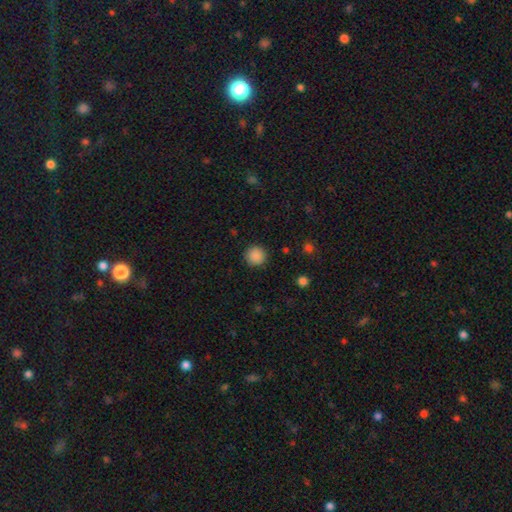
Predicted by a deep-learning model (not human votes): Smooth or featured? Predicted: smooth (p=0.88). How rounded? Predicted: round (p=0.94). Merging? Predicted: none (p=0.90).